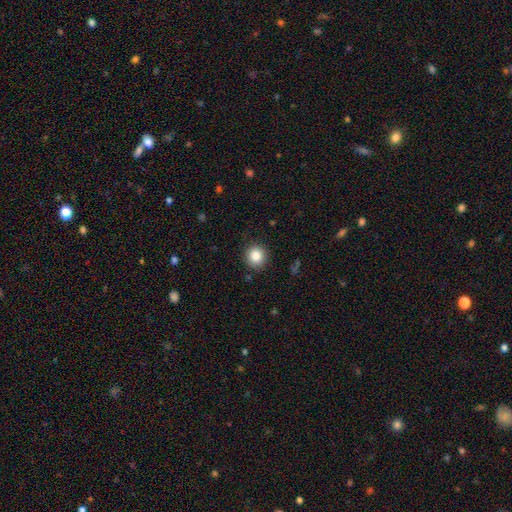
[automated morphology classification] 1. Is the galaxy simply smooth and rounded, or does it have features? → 85% smooth, 10% star or artifact, 5% featured or disk.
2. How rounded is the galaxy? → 90% round, 9% in between, 1% cigar-shaped.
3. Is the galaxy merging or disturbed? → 89% none, 8% minor disturbance, 2% major disturbance, 1% merger.